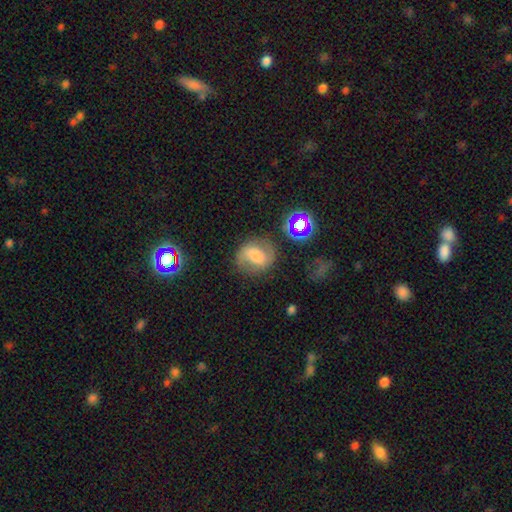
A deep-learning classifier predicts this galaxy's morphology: Smooth or featured? Predicted: featured or disk (p=0.50). Edge-on disk? Predicted: no (p=0.96). Merging? Predicted: none (p=0.73).